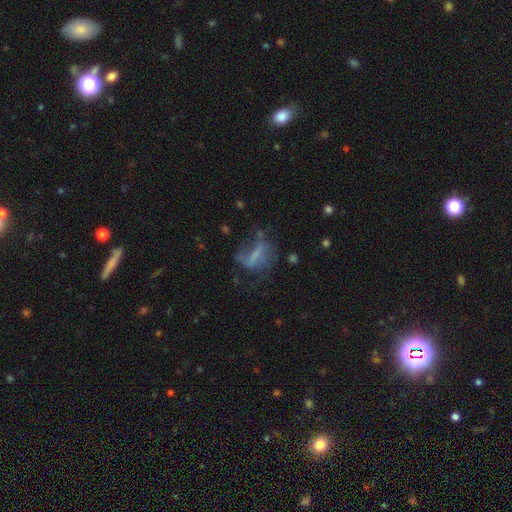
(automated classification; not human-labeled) A featured or disk galaxy (55%) with a weak bar (35%), spiral arms (59%) and no central bulge (54%).

Vote fractions:
- Smooth or featured? featured or disk: 55% / smooth: 32% / star or artifact: 14%
- Edge-on disk? no: 94% / yes: 6%
- Bar? weak: 35% / no: 33% / strong: 32%
- Spiral arms? yes: 59% / no: 41%
- Bulge size? none: 54% / small: 27% / moderate: 14% / large: 4% / dominant: 1%
- Merging? none: 38% / major disturbance: 36% / minor disturbance: 21% / merger: 5%